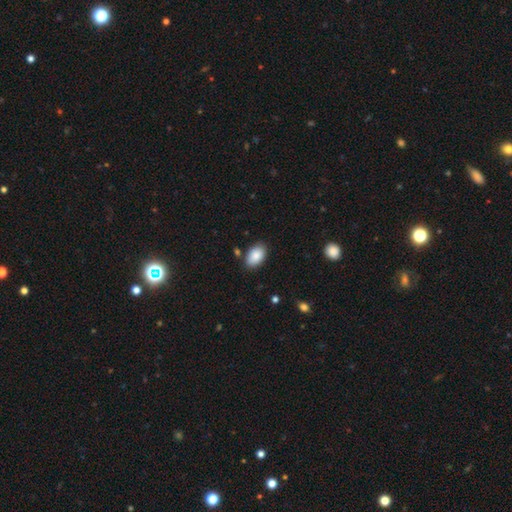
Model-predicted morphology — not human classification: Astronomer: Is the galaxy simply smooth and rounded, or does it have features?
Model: smooth — 88%.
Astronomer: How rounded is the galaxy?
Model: in between — 91%.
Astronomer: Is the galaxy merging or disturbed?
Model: none — 82%.